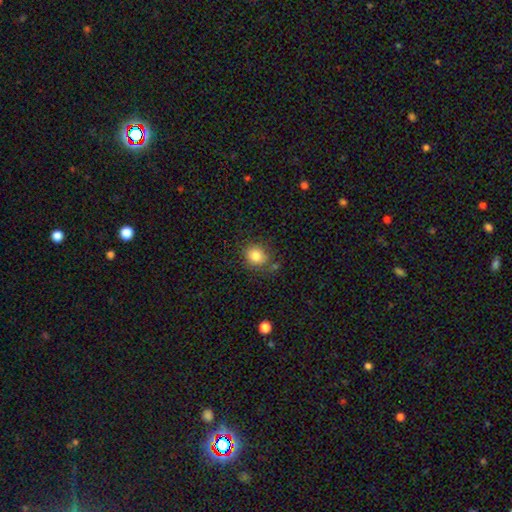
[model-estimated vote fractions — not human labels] Q: Smooth or featured?
A: smooth (82%); runner-up: star or artifact (11%)
Q: How rounded?
A: round (71%); runner-up: in between (28%)
Q: Merging?
A: none (75%); runner-up: minor disturbance (15%)